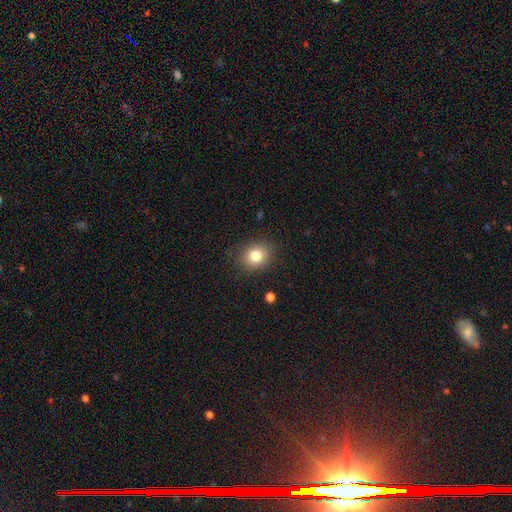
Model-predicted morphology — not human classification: Overall: smooth (81%). How rounded: round (64%; in between 35%). Merging: none (86%).